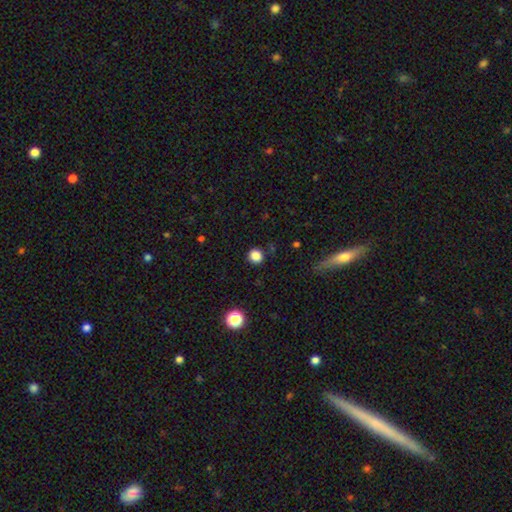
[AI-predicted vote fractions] Overall: smooth (84%). How rounded: round (89%). Merging: none (89%).